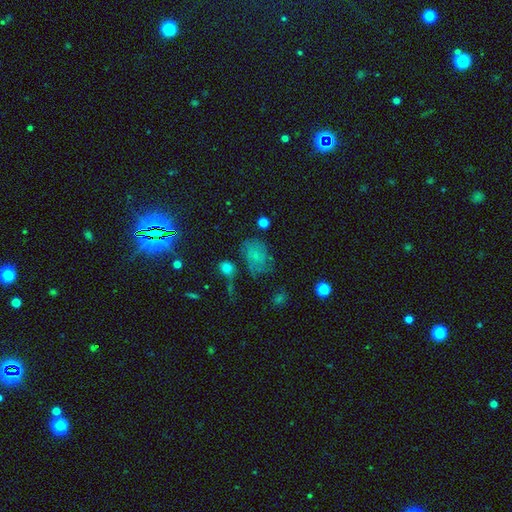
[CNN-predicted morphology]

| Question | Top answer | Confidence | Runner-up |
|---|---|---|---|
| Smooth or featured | smooth | 48% | featured or disk (28%) |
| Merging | none | 49% | minor disturbance (24%) |